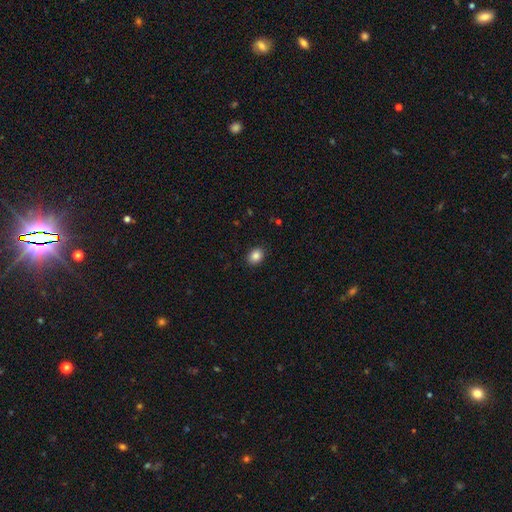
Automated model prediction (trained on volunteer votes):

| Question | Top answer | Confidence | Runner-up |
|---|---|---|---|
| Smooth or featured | smooth | 87% | star or artifact (9%) |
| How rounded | in between | 56% | round (43%) |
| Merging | none | 90% | minor disturbance (7%) |